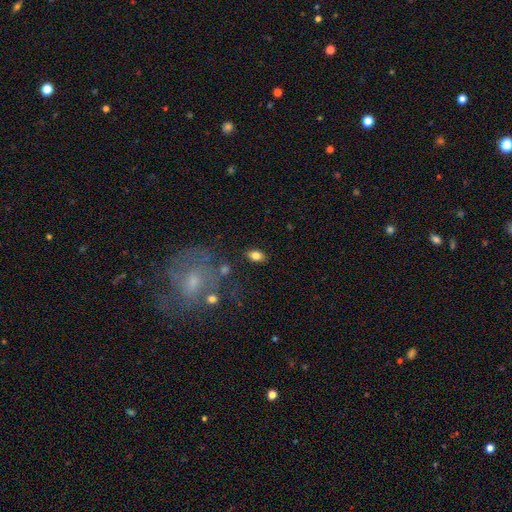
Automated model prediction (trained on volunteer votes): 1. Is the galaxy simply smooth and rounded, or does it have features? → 79% smooth, 12% featured or disk, 10% star or artifact.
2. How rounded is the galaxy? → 82% in between, 15% round, 2% cigar-shaped.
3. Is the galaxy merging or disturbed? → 80% none, 12% minor disturbance, 4% merger, 4% major disturbance.